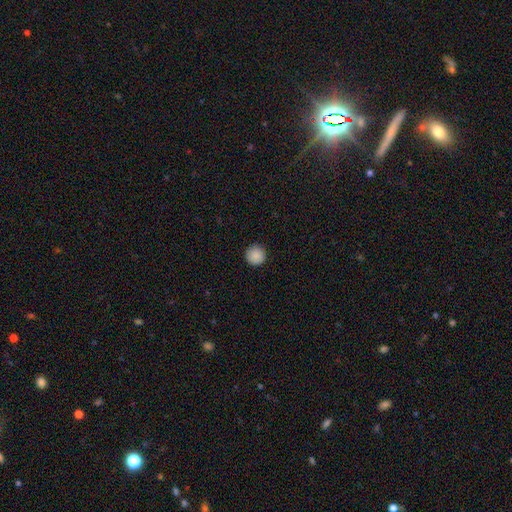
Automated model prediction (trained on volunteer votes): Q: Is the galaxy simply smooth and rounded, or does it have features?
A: smooth — 89%.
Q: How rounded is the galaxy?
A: round — 96%.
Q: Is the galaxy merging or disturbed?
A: none — 92%.